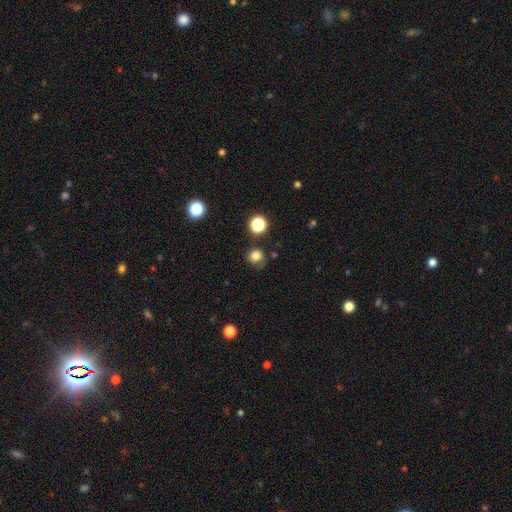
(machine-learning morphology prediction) The model was most divided on "merging": none: 70%, minor disturbance: 18%, major disturbance: 7%, merger: 5%. More confident: how rounded — round (88%); smooth or featured — smooth (79%).